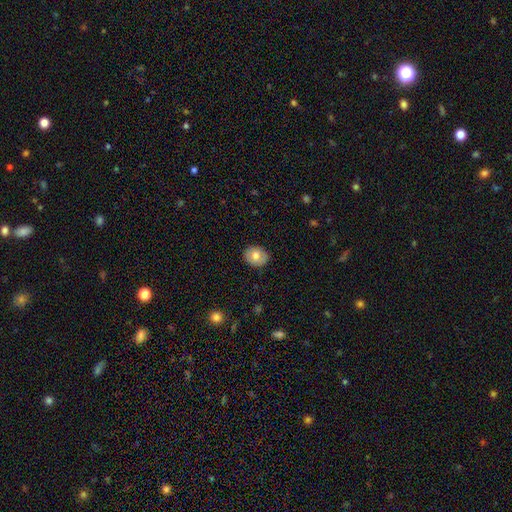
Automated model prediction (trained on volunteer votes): Smooth or featured: smooth — 70% (featured or disk — 22%)
How rounded: round — 55% (in between — 44%)
Merging: none — 87% (minor disturbance — 10%)